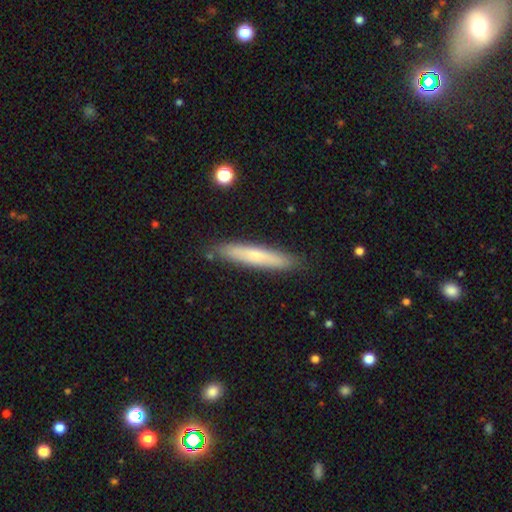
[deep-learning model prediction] A smooth galaxy with no disk features (67%) that is cigar-shaped (92%).

Vote fractions:
- Smooth or featured? smooth: 67% / featured or disk: 27% / star or artifact: 6%
- How rounded? cigar-shaped: 92% / in between: 7% / round: 1%
- Merging? none: 87% / minor disturbance: 10% / major disturbance: 2% / merger: 2%